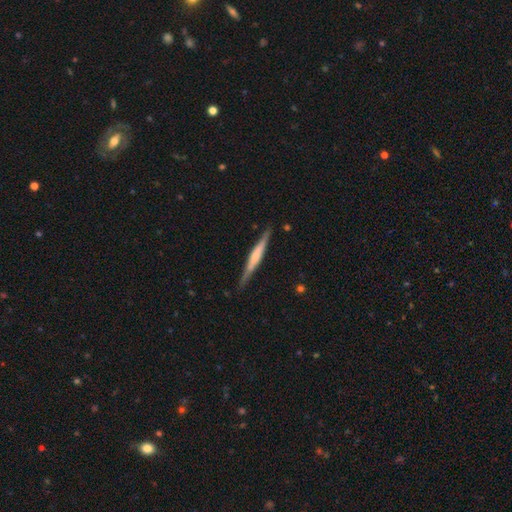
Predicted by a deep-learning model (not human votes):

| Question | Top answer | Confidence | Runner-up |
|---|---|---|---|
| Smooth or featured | featured or disk | 63% | smooth (32%) |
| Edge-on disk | yes | 97% | no (3%) |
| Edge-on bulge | boxy | 39% | rounded (34%) |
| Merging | none | 86% | minor disturbance (11%) |